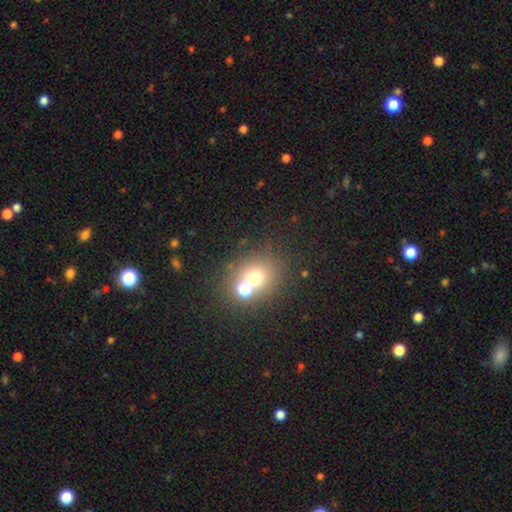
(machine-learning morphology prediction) This is possibly a smooth galaxy (56%). How rounded: likely round (71%). Merging: possibly none (49%).